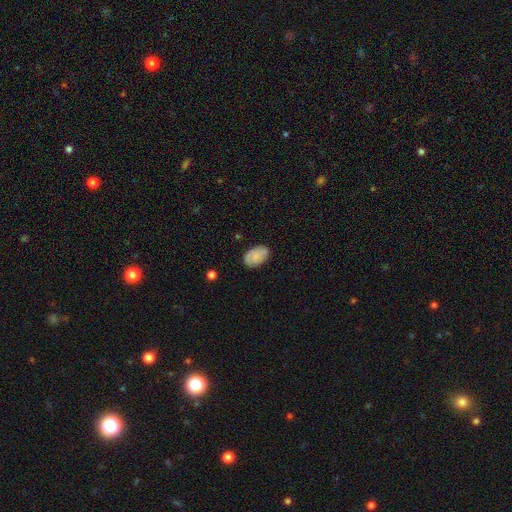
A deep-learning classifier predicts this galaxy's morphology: smooth 78%, featured or disk 15%, star or artifact 7%. Down the decision tree: how rounded — in between (91%); merging — none (81%).